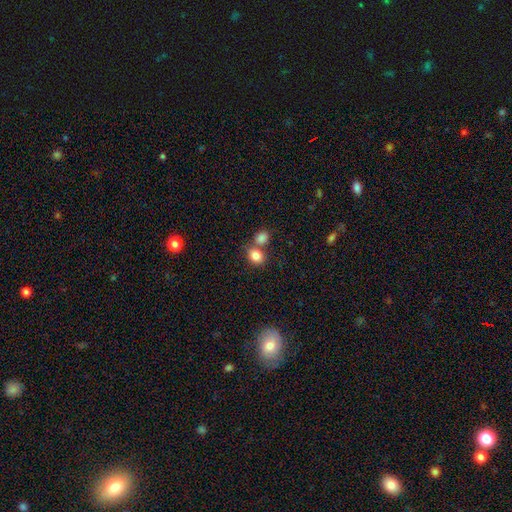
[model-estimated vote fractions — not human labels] A smooth galaxy with no disk features (83%) that is round (54%). Merging: none (51%).